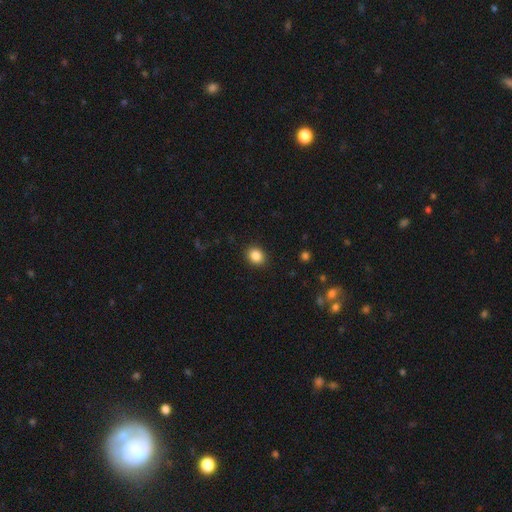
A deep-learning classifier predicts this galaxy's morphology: This is clearly a smooth galaxy (87%). How rounded: likely round (61%). Merging: clearly none (90%).